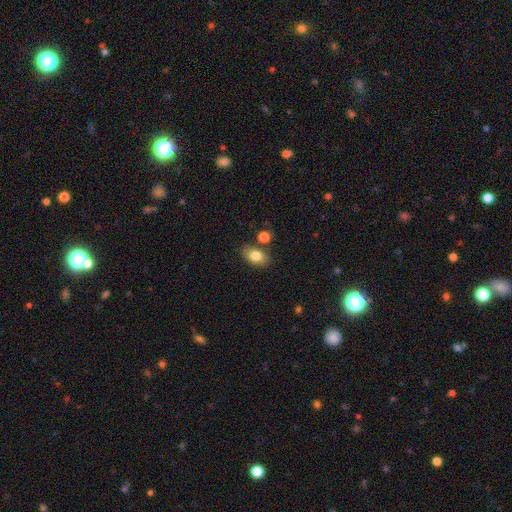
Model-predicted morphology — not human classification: Smooth or featured? Predicted: smooth (p=0.80). How rounded? Predicted: in between (p=0.83). Merging? Predicted: none (p=0.76).